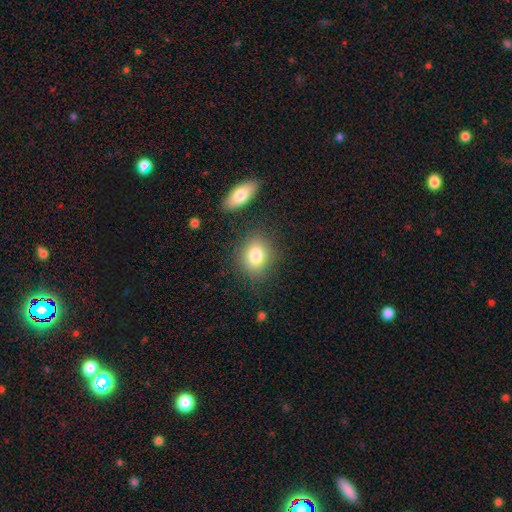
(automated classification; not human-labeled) smooth-or-featured: smooth: 82% | featured or disk: 9% | star or artifact: 9%
  how-rounded: round: 50% | in between: 49% | cigar-shaped: 1%
  merging: none: 79% | minor disturbance: 12% | merger: 5% | major disturbance: 4%